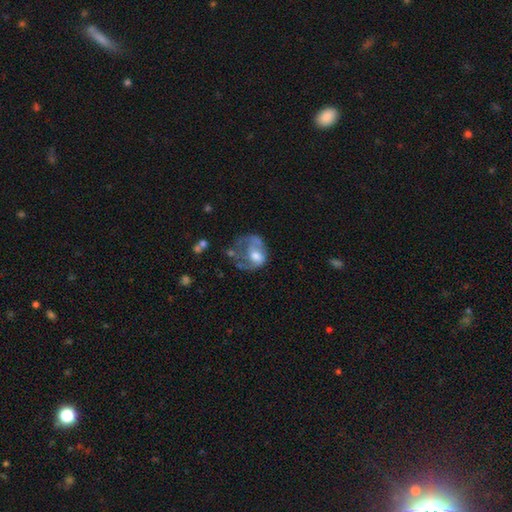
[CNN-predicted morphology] type=featured or disk (52%); edge-on=no (97%); bar=no (74%); spiral arms=no (63%); bulge=moderate (52%); merging=major disturbance (45%).